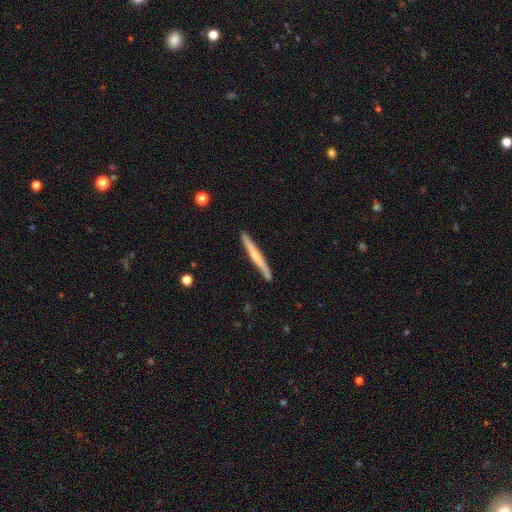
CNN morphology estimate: This appears to be a featured or disk galaxy (52%) viewed edge-on (96%). Merging: none (87%).